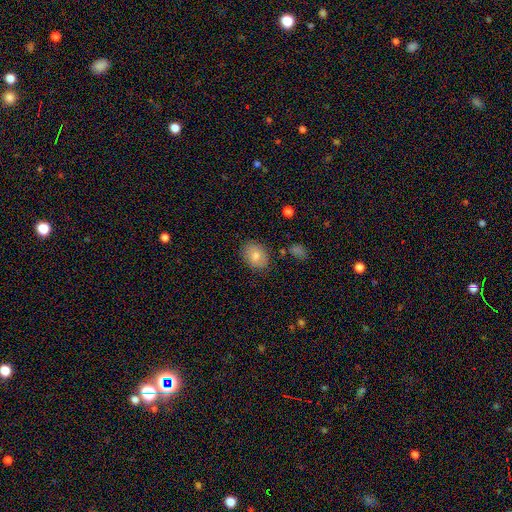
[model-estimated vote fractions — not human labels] A smooth galaxy with no disk features (77%) that is in between round and cigar-shaped (59%).

Vote fractions:
- Smooth or featured? smooth: 77% / featured or disk: 14% / star or artifact: 10%
- How rounded? in between: 59% / round: 40% / cigar-shaped: 1%
- Merging? none: 85% / minor disturbance: 11% / major disturbance: 3% / merger: 2%